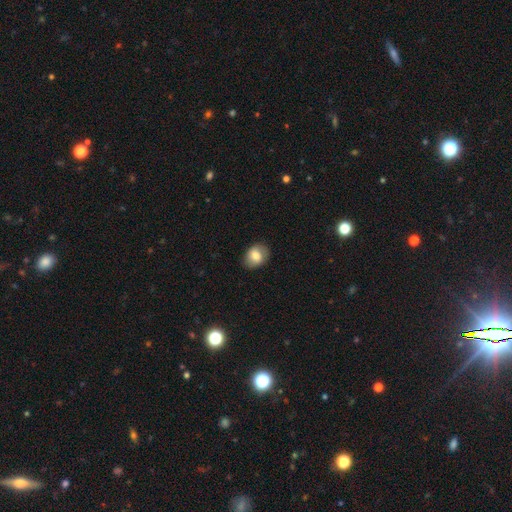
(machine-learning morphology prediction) A smooth galaxy with no disk features (77%) that is in between round and cigar-shaped (58%). Merging: none (84%).